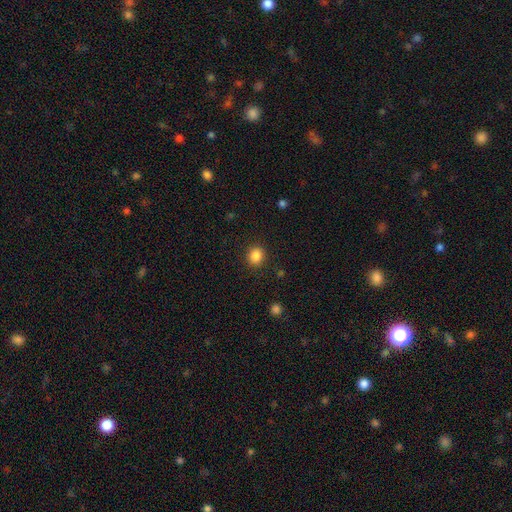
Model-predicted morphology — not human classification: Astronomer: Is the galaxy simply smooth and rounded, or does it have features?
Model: smooth — 85%.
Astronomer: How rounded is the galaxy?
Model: round — 79%.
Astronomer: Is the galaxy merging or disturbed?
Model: none — 90%.